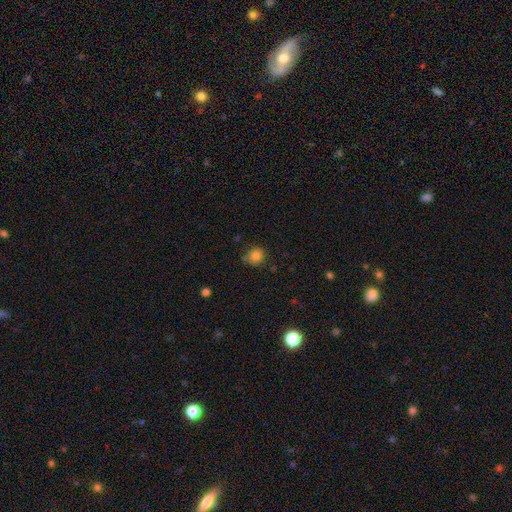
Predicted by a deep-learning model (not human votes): This is clearly a smooth galaxy (81%). How rounded: clearly round (89%). Merging: likely none (78%).